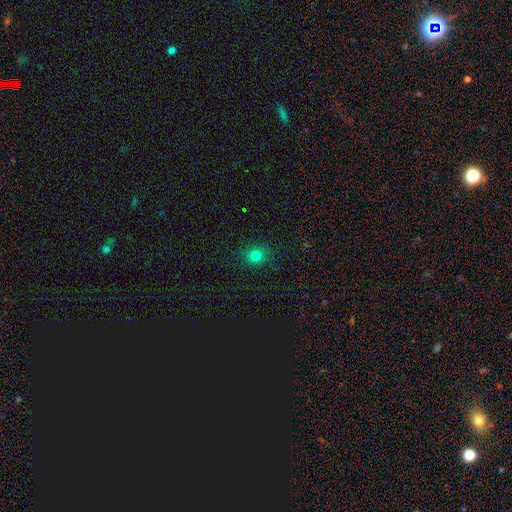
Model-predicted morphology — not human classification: Smooth or featured? smooth (79%)
How rounded? round (80%)
Merging? none (88%)